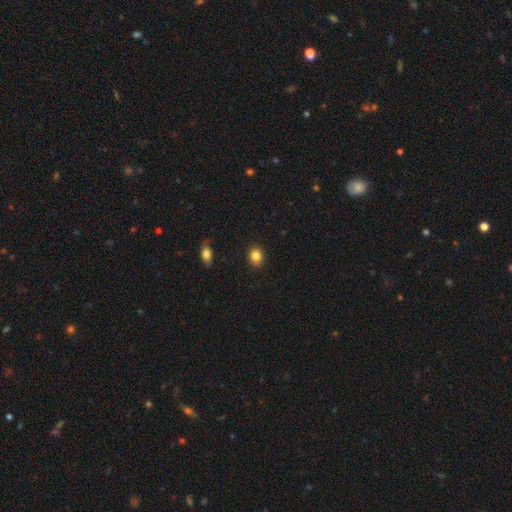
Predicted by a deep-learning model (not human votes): Morphology: type=smooth (84%); roundness=round (52%); merging=none (88%).